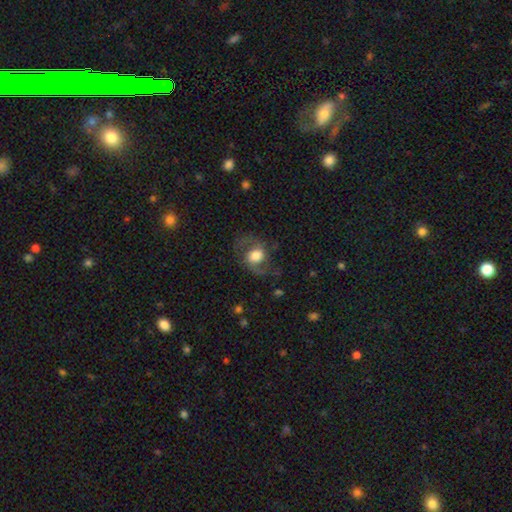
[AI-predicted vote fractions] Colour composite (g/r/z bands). It shows a featured or disk galaxy (63%) with no bar (58%), 2 (90%) loose (47%) spiral arms (87%) and a large central bulge (49%). Merging: none (68%).